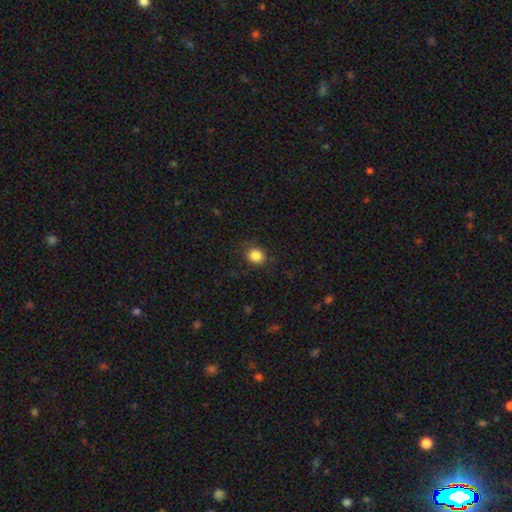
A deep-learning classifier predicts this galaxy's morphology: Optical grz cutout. It shows a smooth galaxy with no disk features (86%) that is round (70%). Merging: none (84%).